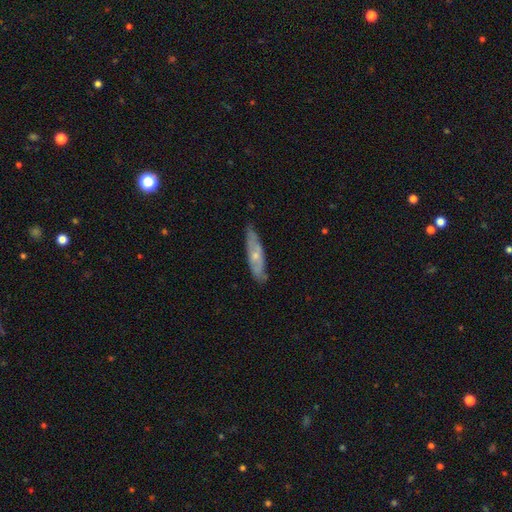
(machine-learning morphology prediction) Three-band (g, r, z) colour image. It shows a featured or disk galaxy (53%). Merging: none (75%).